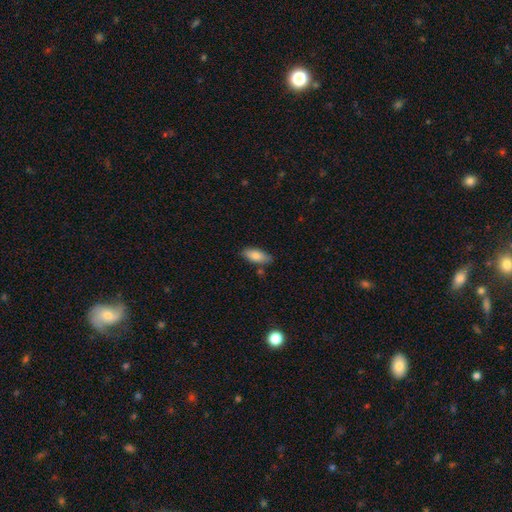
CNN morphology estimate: Q: Smooth or featured?
A: smooth (81%); runner-up: featured or disk (12%)
Q: How rounded?
A: in between (81%); runner-up: cigar-shaped (16%)
Q: Merging?
A: none (78%); runner-up: minor disturbance (15%)